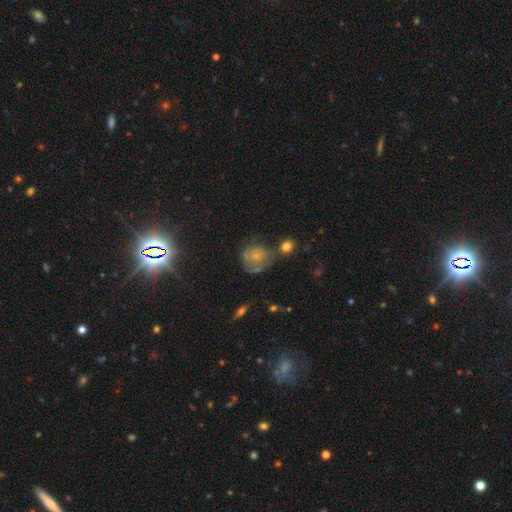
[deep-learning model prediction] A featured or disk galaxy (48%). Merging: none (44%).